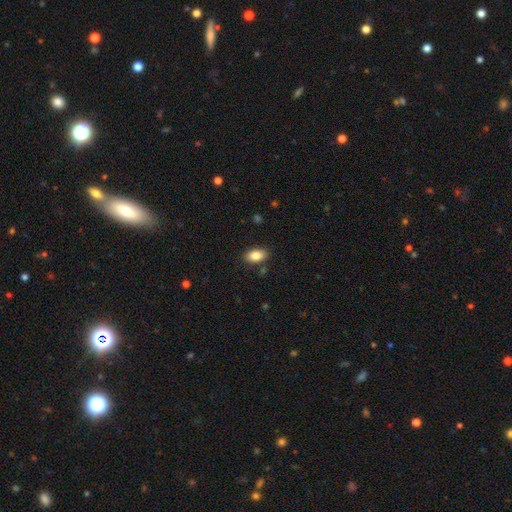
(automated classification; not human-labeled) Overall: smooth (86%). How rounded: in between (91%). Merging: none (85%).